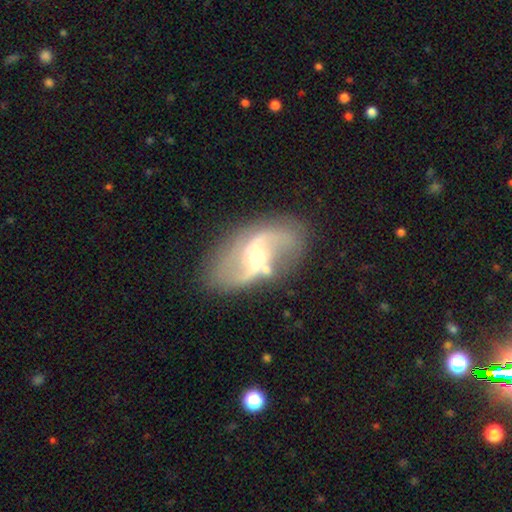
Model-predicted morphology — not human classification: Smooth or featured?
  - featured or disk: 87% *
  - smooth: 7%
  - star or artifact: 6%
Edge-on disk?
  - no: 96% *
  - yes: 4%
Bar?
  - weak: 43% *
  - no: 31%
  - strong: 26%
Spiral arms?
  - yes: 95% *
  - no: 5%
Spiral winding?
  - loose: 67% *
  - medium: 27%
  - tight: 6%
Spiral arm count?
  - 2: 92% *
  - can't tell: 2%
  - 1: 2%
  - 3: 1%
  - 4: 1%
  - more than 4: 1%
Bulge size?
  - moderate: 55% *
  - small: 37%
  - large: 6%
  - none: 2%
  - dominant: 1%
Merging?
  - none: 75% *
  - minor disturbance: 14%
  - major disturbance: 7%
  - merger: 4%